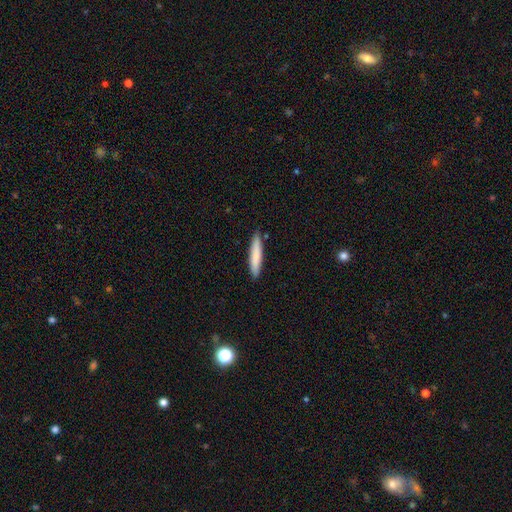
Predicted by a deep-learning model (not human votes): This appears to be a smooth galaxy with no disk features (80%) that is cigar-shaped (90%). Merging: none (87%).